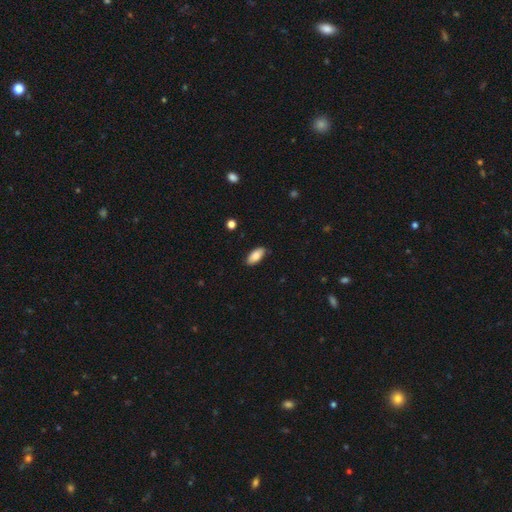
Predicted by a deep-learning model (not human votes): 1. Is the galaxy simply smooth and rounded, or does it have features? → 83% smooth, 10% featured or disk, 7% star or artifact.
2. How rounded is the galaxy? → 90% in between, 8% cigar-shaped, 2% round.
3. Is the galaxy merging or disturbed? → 84% none, 12% minor disturbance, 2% major disturbance, 1% merger.